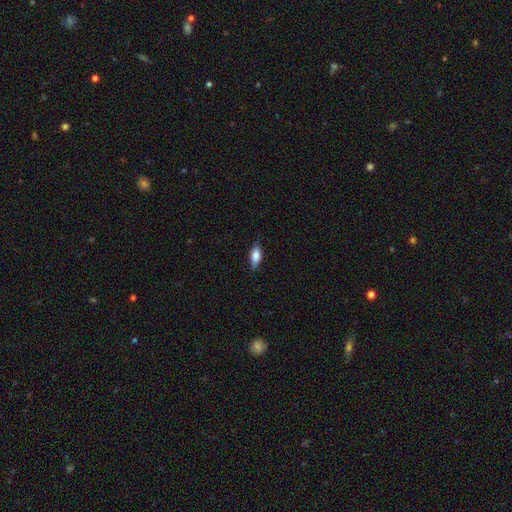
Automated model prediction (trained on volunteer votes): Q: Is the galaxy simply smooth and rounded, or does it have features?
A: smooth — 78%.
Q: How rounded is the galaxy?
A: in between — 79%.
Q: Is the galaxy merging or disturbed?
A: none — 79%.